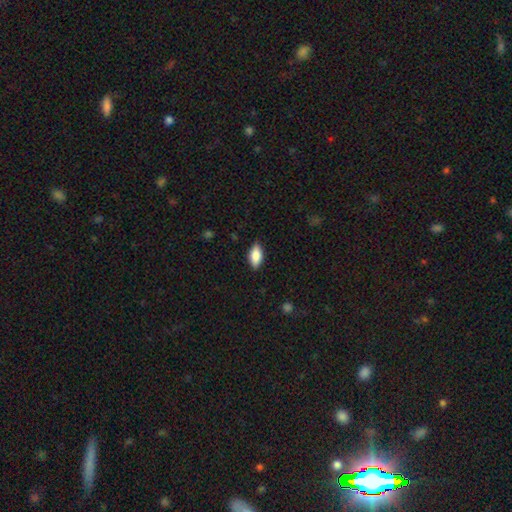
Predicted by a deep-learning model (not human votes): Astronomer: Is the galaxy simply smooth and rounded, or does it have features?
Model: smooth — 84%.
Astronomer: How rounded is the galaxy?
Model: in between — 88%.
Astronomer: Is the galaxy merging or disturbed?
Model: none — 85%.